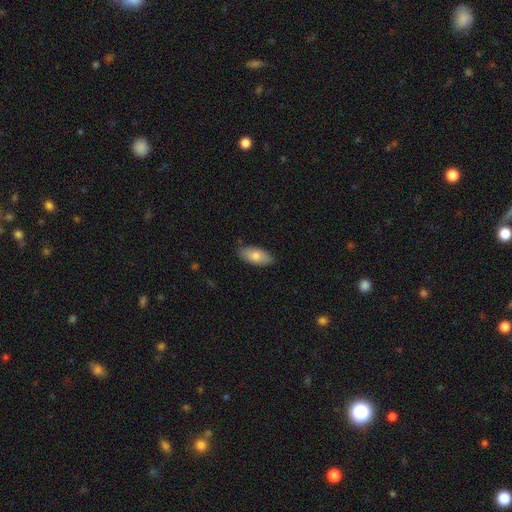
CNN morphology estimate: The model was most divided on "smooth or featured": smooth: 78%, featured or disk: 16%, star or artifact: 6%. More confident: how rounded — in between (90%); merging — none (82%).